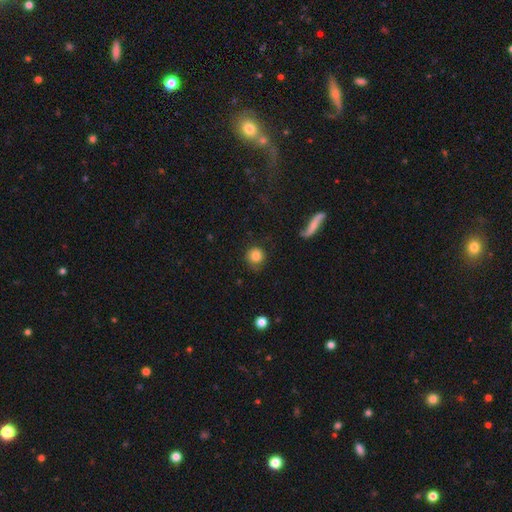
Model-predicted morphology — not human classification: Q: Smooth or featured?
A: smooth (83%); runner-up: star or artifact (9%)
Q: How rounded?
A: round (92%); runner-up: in between (7%)
Q: Merging?
A: none (77%); runner-up: minor disturbance (15%)